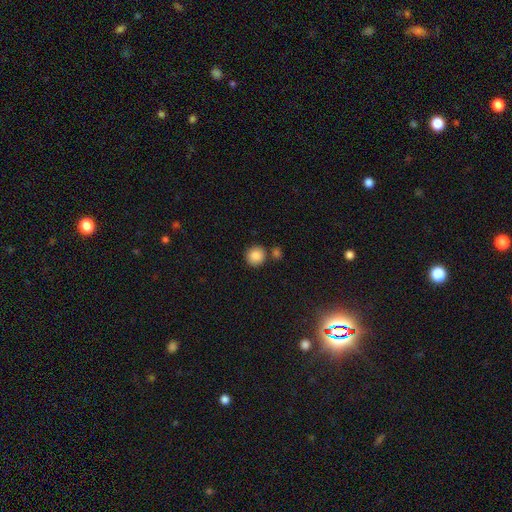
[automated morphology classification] This appears to be a smooth galaxy with no disk features (87%) that is round (92%). Merging: none (78%).